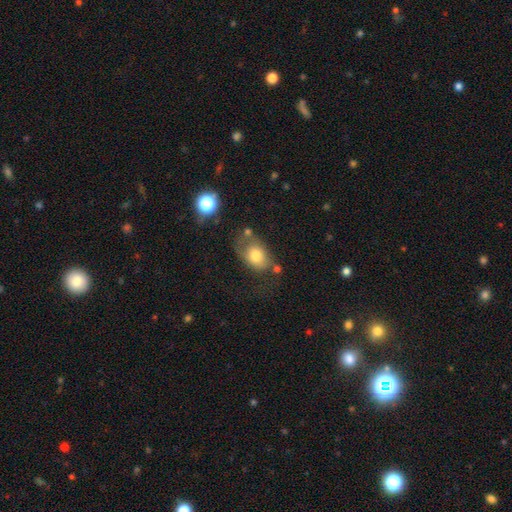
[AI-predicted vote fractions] A smooth galaxy with no disk features (72%) that is in between round and cigar-shaped (75%).

Vote fractions:
- Smooth or featured? smooth: 72% / featured or disk: 19% / star or artifact: 9%
- How rounded? in between: 75% / round: 24% / cigar-shaped: 1%
- Merging? none: 40% / minor disturbance: 28% / major disturbance: 19% / merger: 13%